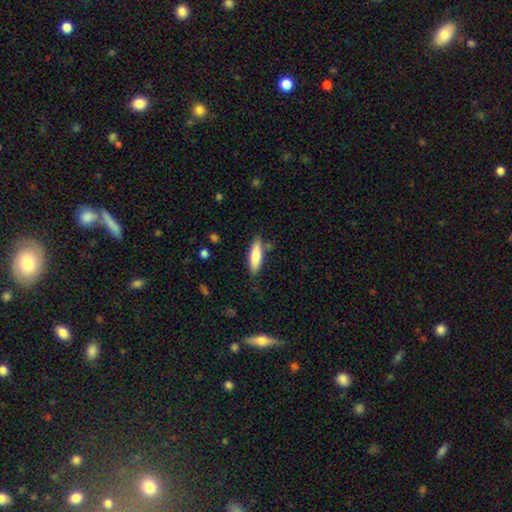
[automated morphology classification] smooth-or-featured: smooth: 76% | featured or disk: 18% | star or artifact: 6%
  how-rounded: in between: 49% (tied) | cigar-shaped: 49% (tied) | round: 2%
  merging: none: 79% | minor disturbance: 14% | merger: 3% | major disturbance: 3%